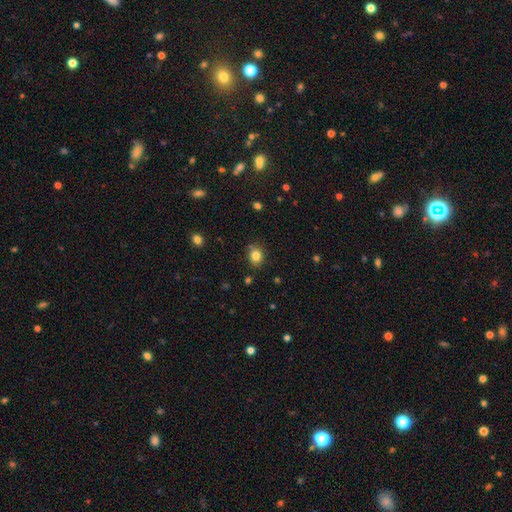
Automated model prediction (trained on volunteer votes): The model was most divided on "how rounded": round: 61%, in between: 38%, cigar-shaped: 1%. More confident: smooth or featured — smooth (82%); merging — none (80%).